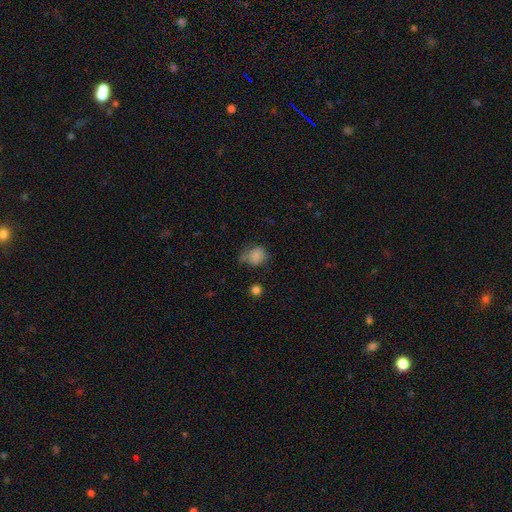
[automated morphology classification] Q: Smooth or featured?
A: smooth (79%); runner-up: star or artifact (11%)
Q: How rounded?
A: round (57%); runner-up: in between (42%)
Q: Merging?
A: none (49%); runner-up: minor disturbance (35%)